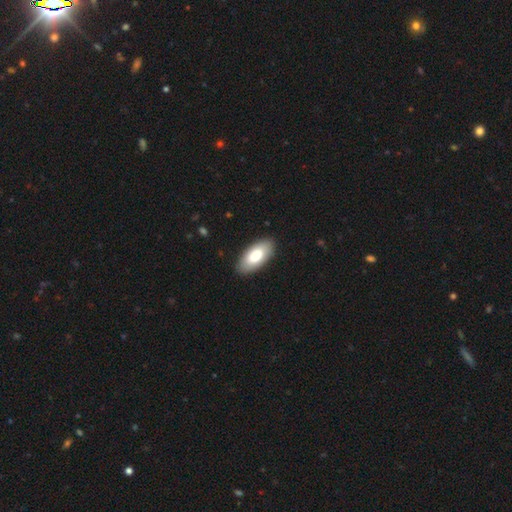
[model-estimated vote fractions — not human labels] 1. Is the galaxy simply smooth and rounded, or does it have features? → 79% smooth, 16% featured or disk, 5% star or artifact.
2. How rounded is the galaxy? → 91% in between, 7% cigar-shaped, 2% round.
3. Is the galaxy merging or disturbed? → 88% none, 9% minor disturbance, 2% major disturbance, 1% merger.